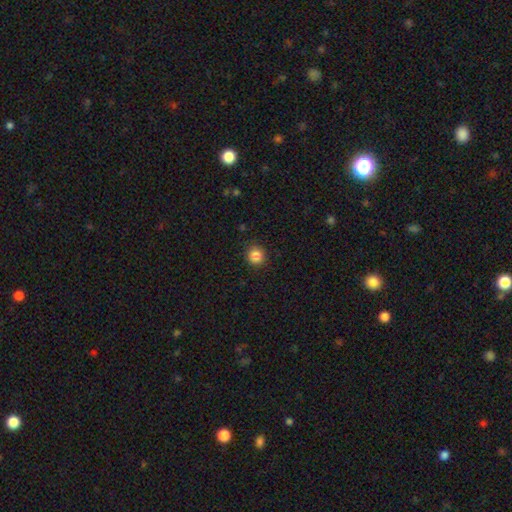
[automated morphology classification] The model was most divided on "smooth or featured": smooth: 86%, star or artifact: 10%, featured or disk: 3%. More confident: how rounded — round (91%); merging — none (88%).